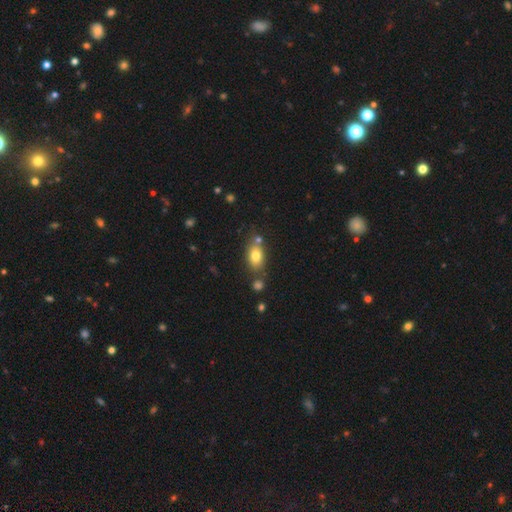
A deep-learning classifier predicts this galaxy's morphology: This appears to be a smooth galaxy with no disk features (78%) that is in between round and cigar-shaped (80%). Merging: none (67%).